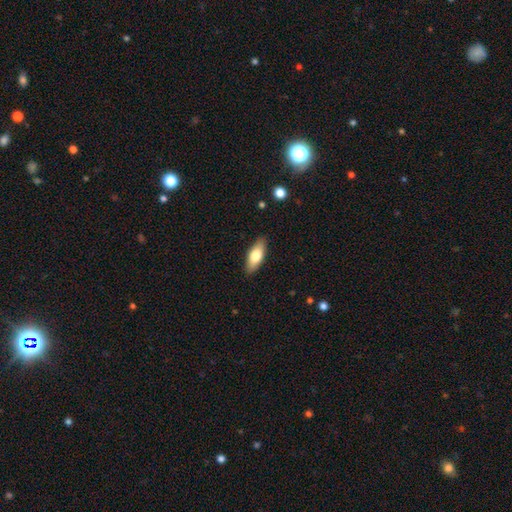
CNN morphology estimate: This is likely a smooth galaxy (73%). How rounded: likely in between (73%). Merging: clearly none (88%).